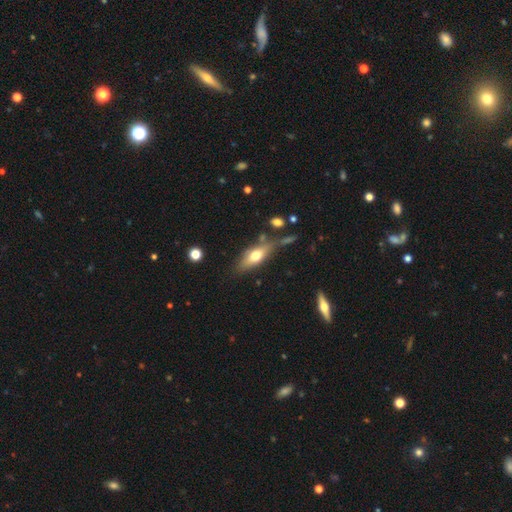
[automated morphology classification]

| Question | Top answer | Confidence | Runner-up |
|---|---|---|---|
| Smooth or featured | smooth | 58% | featured or disk (35%) |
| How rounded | in between | 61% | cigar-shaped (36%) |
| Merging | none | 63% | minor disturbance (19%) |